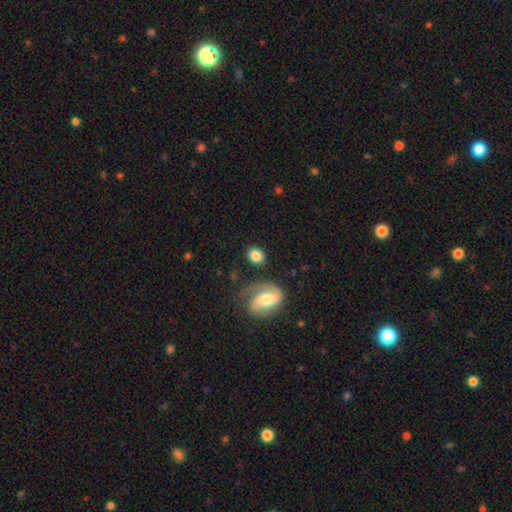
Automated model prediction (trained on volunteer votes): The model was most divided on "how rounded": round: 52%, in between: 46%, cigar-shaped: 2%. More confident: smooth or featured — smooth (81%); merging — none (76%).